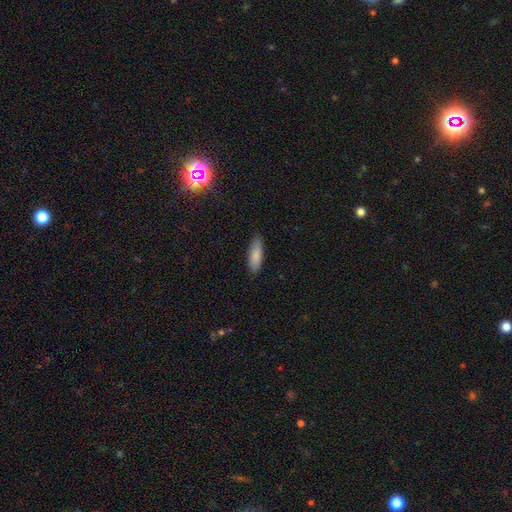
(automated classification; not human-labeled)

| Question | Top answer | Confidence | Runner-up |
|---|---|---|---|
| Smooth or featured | smooth | 84% | featured or disk (10%) |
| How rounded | in between | 57% | cigar-shaped (41%) |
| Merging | none | 85% | minor disturbance (12%) |